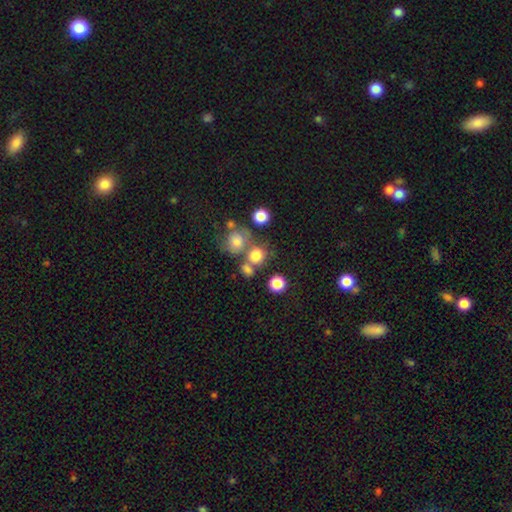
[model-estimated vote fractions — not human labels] Smooth or featured? smooth (75%)
How rounded? round (79%)
Merging? none (48%)